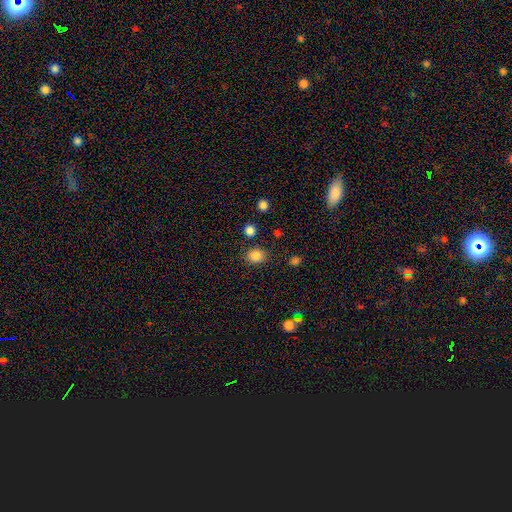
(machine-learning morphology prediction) This appears to be a smooth galaxy with no disk features (84%) that is round (64%). Merging: none (82%).